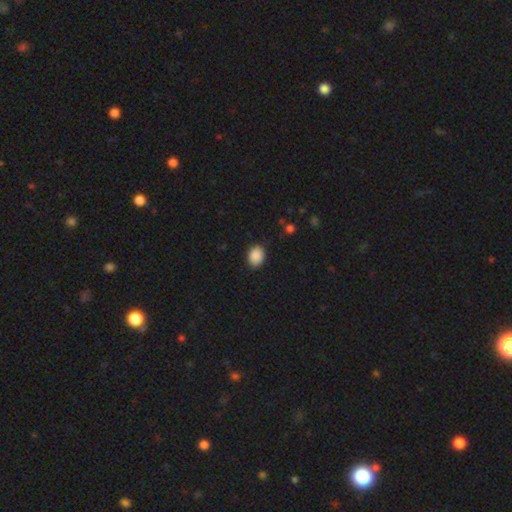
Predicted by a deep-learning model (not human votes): smooth 89%, star or artifact 8%, featured or disk 3%. Down the decision tree: how rounded — in between (62%); merging — none (88%).